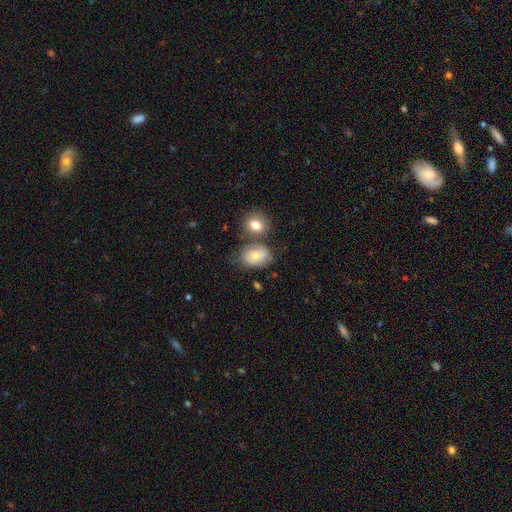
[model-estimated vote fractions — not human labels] A smooth galaxy with no disk features (67%) that is in between round and cigar-shaped (64%). Merging: none (52%).